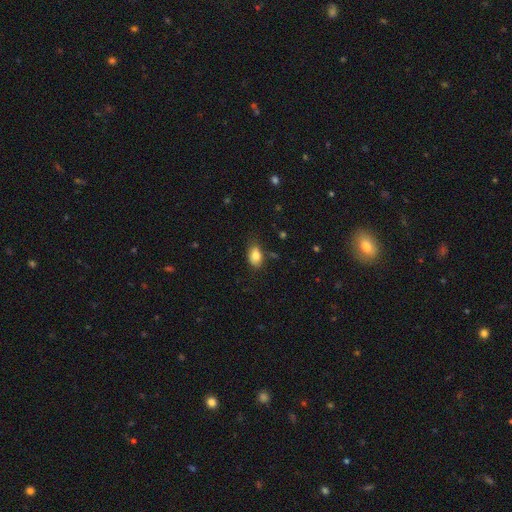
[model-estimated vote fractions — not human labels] Smooth or featured: smooth — 83% (star or artifact — 8%)
How rounded: in between — 86% (round — 12%)
Merging: none — 73% (minor disturbance — 20%)